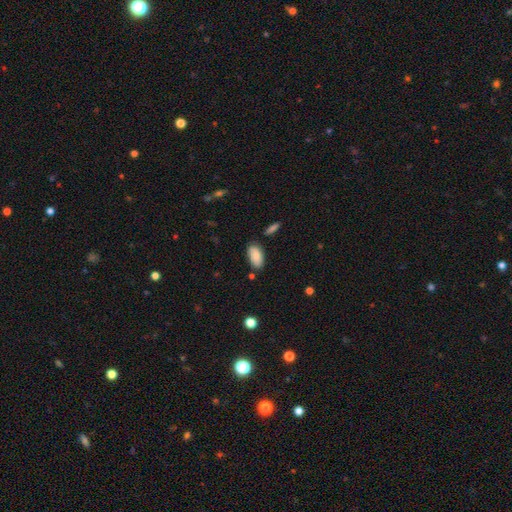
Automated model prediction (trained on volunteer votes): This appears to be a smooth galaxy with no disk features (83%) that is in between round and cigar-shaped (94%). Merging: none (77%).